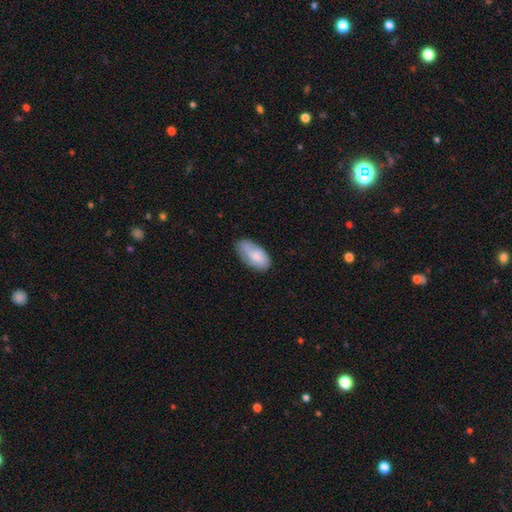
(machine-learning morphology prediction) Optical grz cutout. It shows a smooth galaxy with no disk features (75%) that is in between round and cigar-shaped (94%). Merging: none (59%).